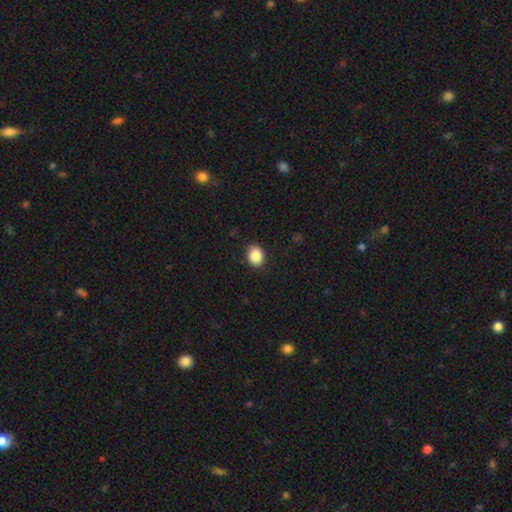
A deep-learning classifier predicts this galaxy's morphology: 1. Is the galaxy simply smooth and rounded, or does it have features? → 87% smooth, 9% star or artifact, 4% featured or disk.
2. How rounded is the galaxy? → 51% round, 48% in between, 1% cigar-shaped.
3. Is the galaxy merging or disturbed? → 89% none, 8% minor disturbance, 2% major disturbance, 1% merger.